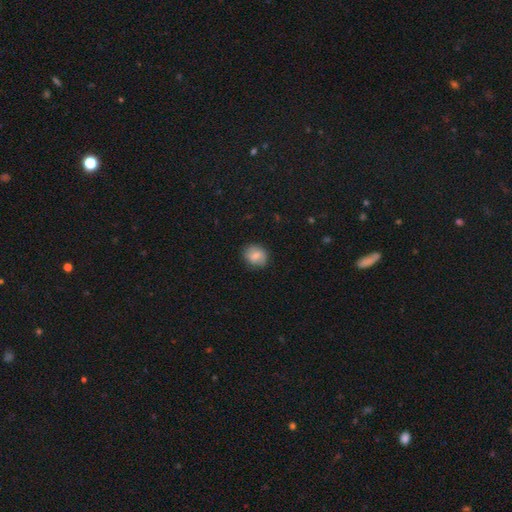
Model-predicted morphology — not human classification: A smooth galaxy with no disk features (70%) that is round (74%).

Vote fractions:
- Smooth or featured? smooth: 70% / featured or disk: 21% / star or artifact: 8%
- How rounded? round: 74% / in between: 25% / cigar-shaped: 1%
- Merging? none: 82% / minor disturbance: 14% / major disturbance: 3% / merger: 1%